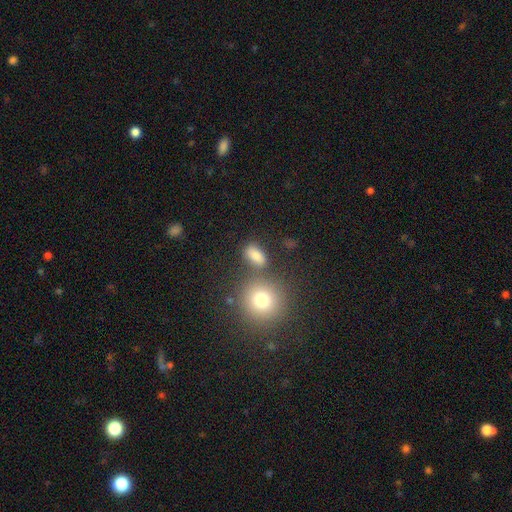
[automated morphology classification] Smooth or featured: smooth — 78% (star or artifact — 14%)
How rounded: in between — 73% (round — 21%)
Merging: none — 67% (merger — 14%)